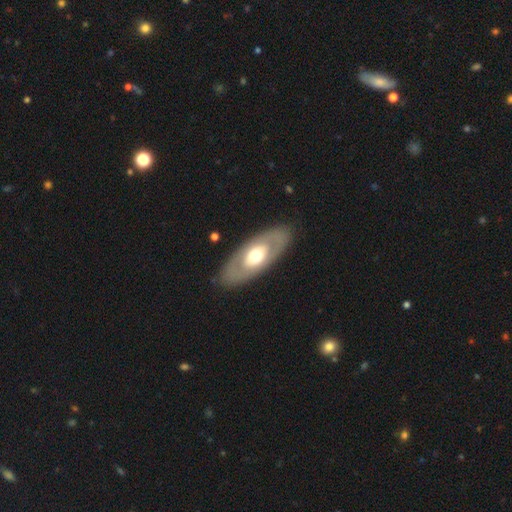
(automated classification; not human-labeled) The model was most divided on "smooth or featured": featured or disk: 52%, smooth: 43%, star or artifact: 5%. More confident: merging — none (85%); edge-on disk — no (82%).